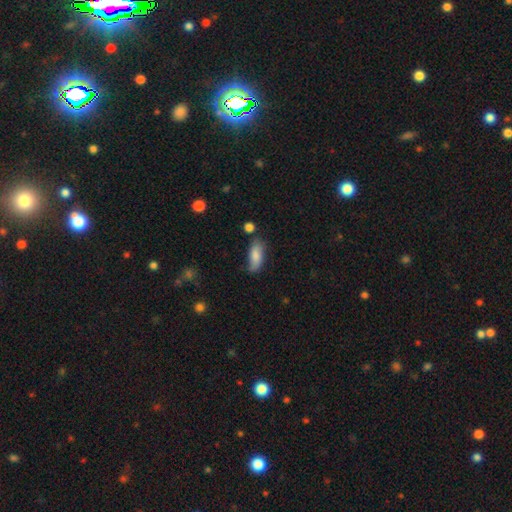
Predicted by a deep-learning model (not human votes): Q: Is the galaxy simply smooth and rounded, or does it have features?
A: smooth — 79%.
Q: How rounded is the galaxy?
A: in between — 82%.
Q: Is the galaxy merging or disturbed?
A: none — 63%.